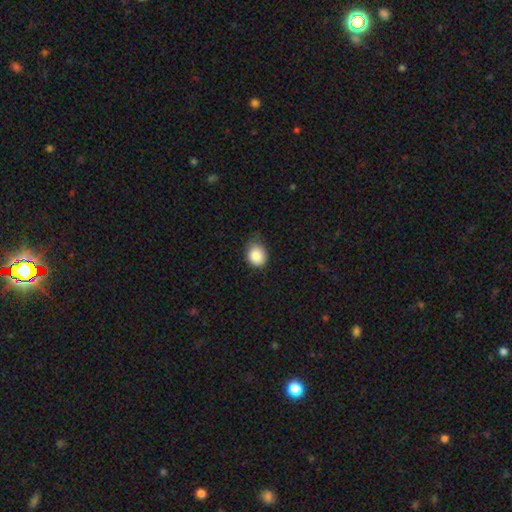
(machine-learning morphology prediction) Smooth or featured?
  - smooth: 87% *
  - star or artifact: 9%
  - featured or disk: 5%
How rounded?
  - round: 66% *
  - in between: 34%
  - cigar-shaped: 1%
Merging?
  - none: 59% *
  - minor disturbance: 34%
  - major disturbance: 6%
  - merger: 1%